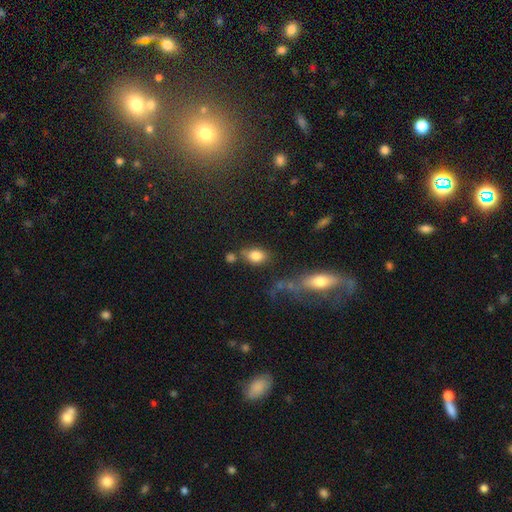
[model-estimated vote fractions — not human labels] Smooth or featured: smooth — 82% (star or artifact — 9%)
How rounded: in between — 80% (round — 17%)
Merging: none — 65% (minor disturbance — 16%)